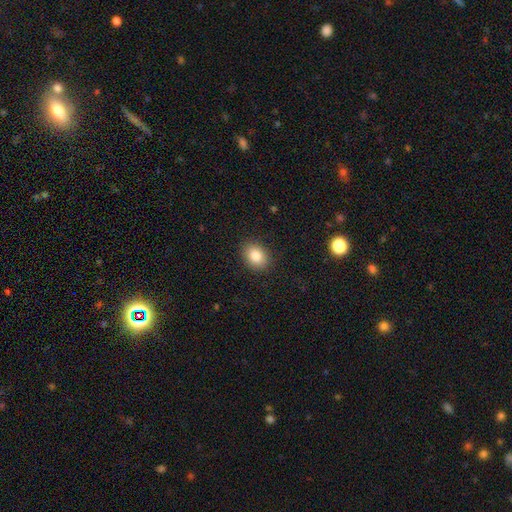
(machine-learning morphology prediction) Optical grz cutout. It shows a smooth galaxy with no disk features (84%) that is in between round and cigar-shaped (58%). Merging: none (88%).